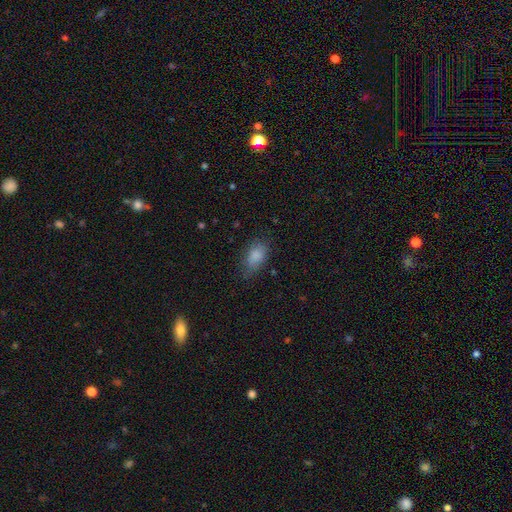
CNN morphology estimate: Q: Smooth or featured?
A: smooth (85%); runner-up: star or artifact (8%)
Q: How rounded?
A: in between (90%); runner-up: round (7%)
Q: Merging?
A: none (71%); runner-up: minor disturbance (21%)